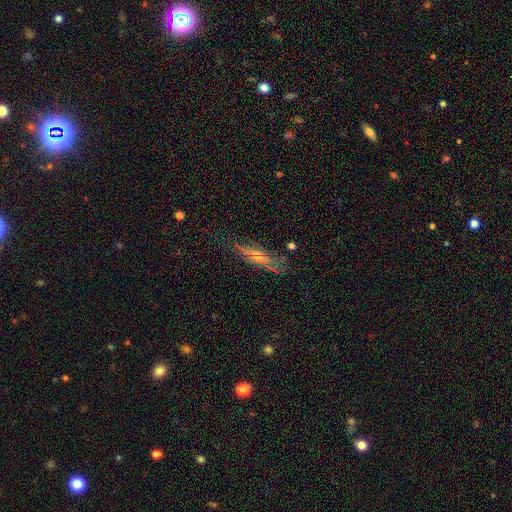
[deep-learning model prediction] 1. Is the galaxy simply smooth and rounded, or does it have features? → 50% featured or disk, 35% smooth, 15% star or artifact.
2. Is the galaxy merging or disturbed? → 67% none, 20% minor disturbance, 10% major disturbance, 3% merger.